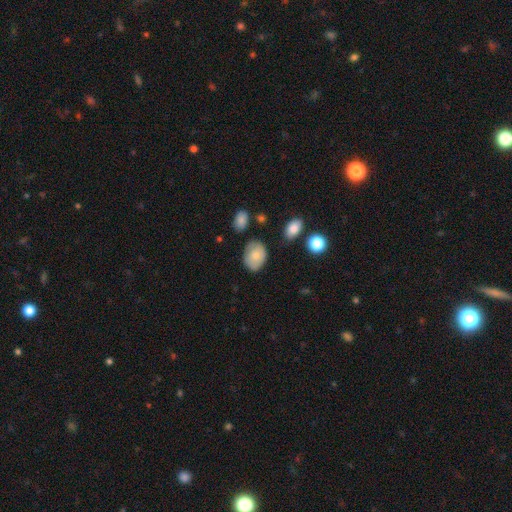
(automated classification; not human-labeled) This appears to be a smooth galaxy with no disk features (75%) that is in between round and cigar-shaped (70%). Merging: none (69%).